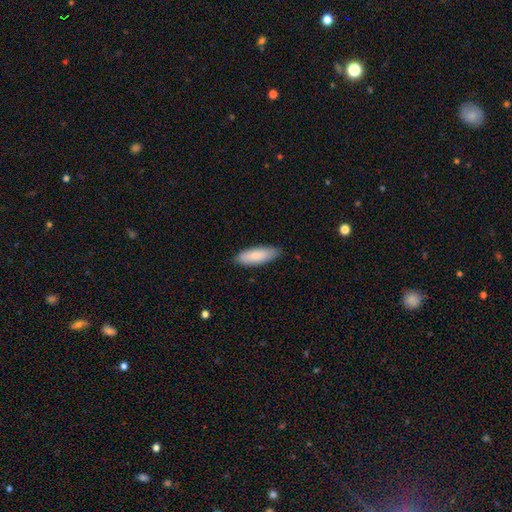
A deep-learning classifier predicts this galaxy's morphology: smooth-or-featured: smooth: 85% | featured or disk: 10% | star or artifact: 5%
  how-rounded: in between: 64% | cigar-shaped: 34% | round: 1%
  merging: none: 85% | minor disturbance: 12% | major disturbance: 2% | merger: 1%